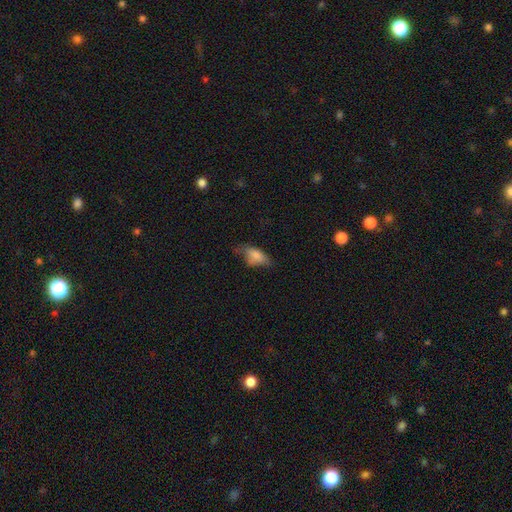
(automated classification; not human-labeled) Smooth or featured: smooth — 74% (featured or disk — 17%)
How rounded: in between — 86% (cigar-shaped — 10%)
Merging: none — 38% (minor disturbance — 36%)